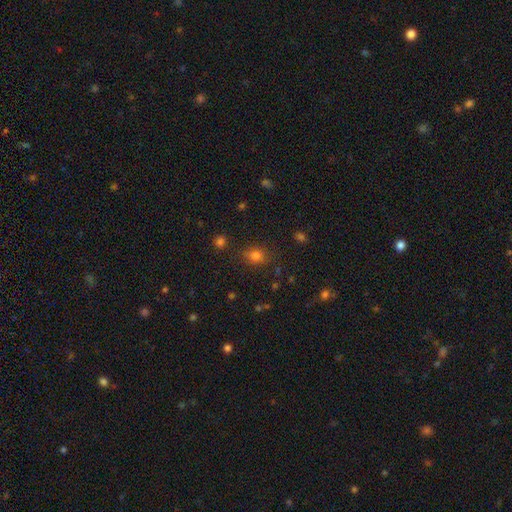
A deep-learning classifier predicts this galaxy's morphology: A smooth galaxy with no disk features (77%) that is round (61%). Merging: none (80%).